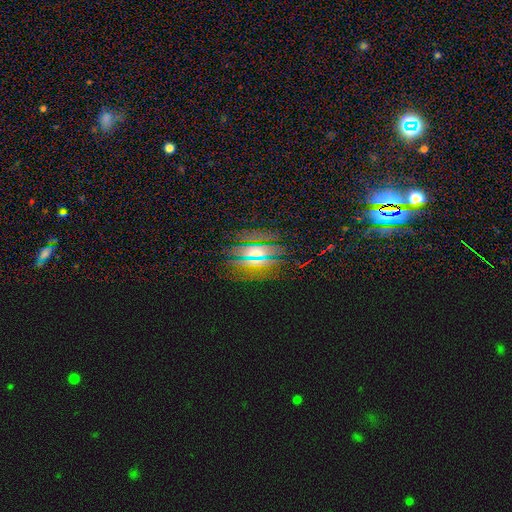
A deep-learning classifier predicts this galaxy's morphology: Q: Smooth or featured?
A: star or artifact (38%); runner-up: smooth (33%)